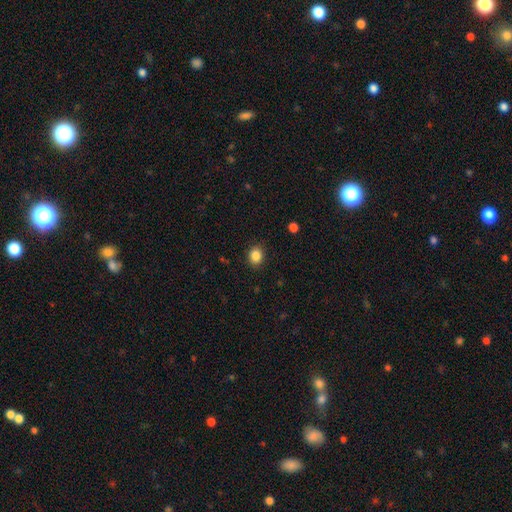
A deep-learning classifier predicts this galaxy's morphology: smooth_or_featured: smooth (p=0.86) [alt: star or artifact p=0.10]
how_rounded: round (p=0.60) [alt: in between p=0.39]
merging: none (p=0.88) [alt: minor disturbance p=0.08]